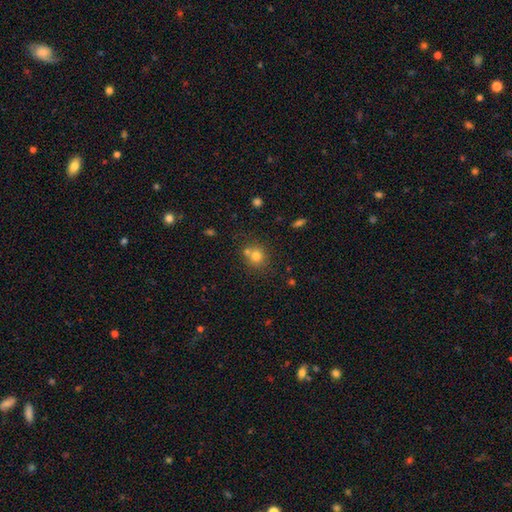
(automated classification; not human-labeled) Overall: smooth (74%). How rounded: round (83%). Merging: none (57%; merger 31%).